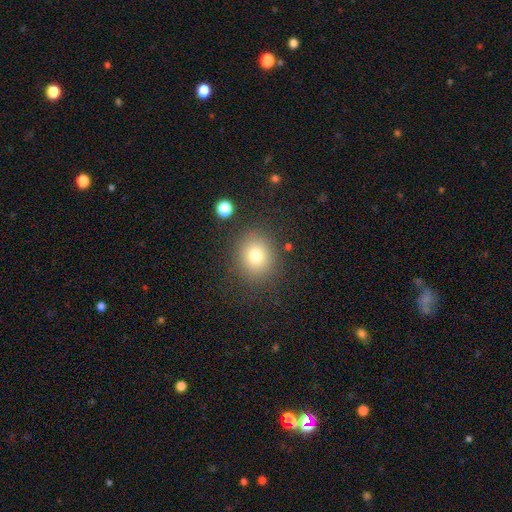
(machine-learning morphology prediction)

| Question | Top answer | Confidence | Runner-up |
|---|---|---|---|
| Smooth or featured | smooth | 76% | star or artifact (14%) |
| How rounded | round | 81% | in between (18%) |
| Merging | none | 84% | minor disturbance (9%) |